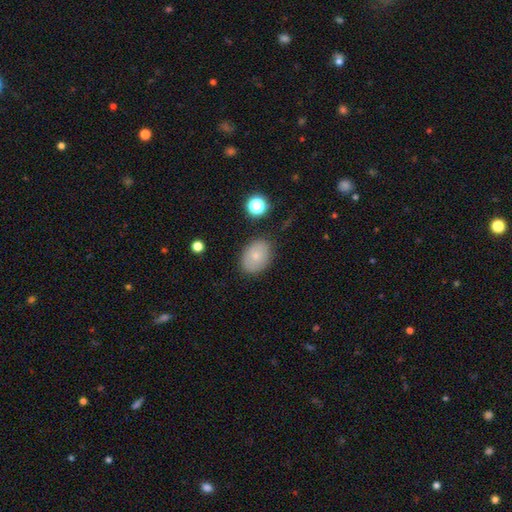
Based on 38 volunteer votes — This appears to be a smooth galaxy with no disk features (76%) that is in between round and cigar-shaped (62%). Merging: none (89%).